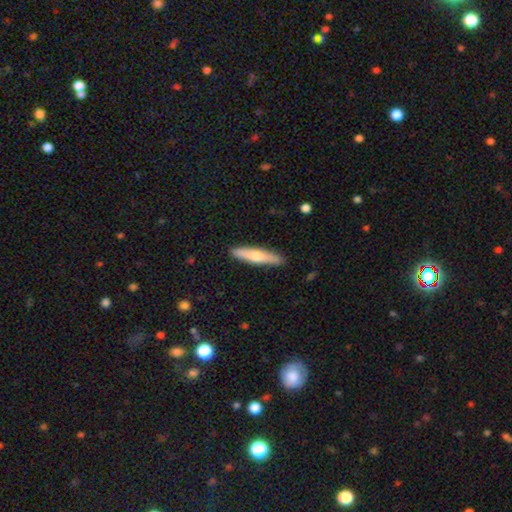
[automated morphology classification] smooth_or_featured: smooth (p=0.54) [alt: featured or disk p=0.40]
how_rounded: cigar-shaped (p=0.87) [alt: in between p=0.11]
merging: none (p=0.91) [alt: minor disturbance p=0.07]